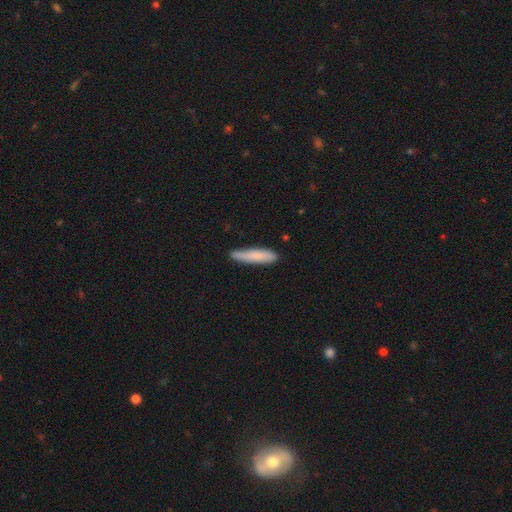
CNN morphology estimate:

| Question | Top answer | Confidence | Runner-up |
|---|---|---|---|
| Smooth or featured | smooth | 78% | featured or disk (16%) |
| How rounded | cigar-shaped | 85% | in between (13%) |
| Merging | none | 78% | minor disturbance (17%) |